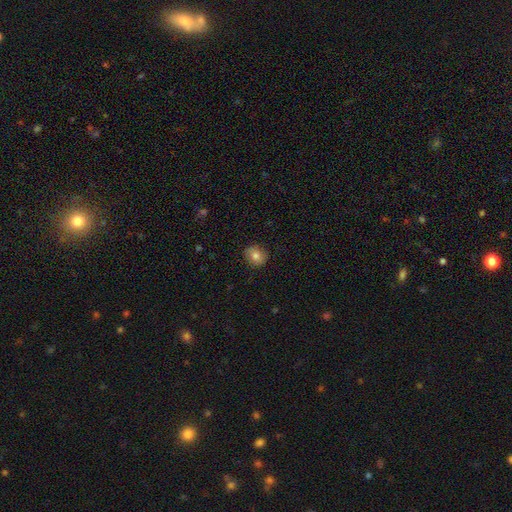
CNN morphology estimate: This is likely a smooth galaxy (77%). How rounded: likely round (77%). Merging: clearly none (86%).